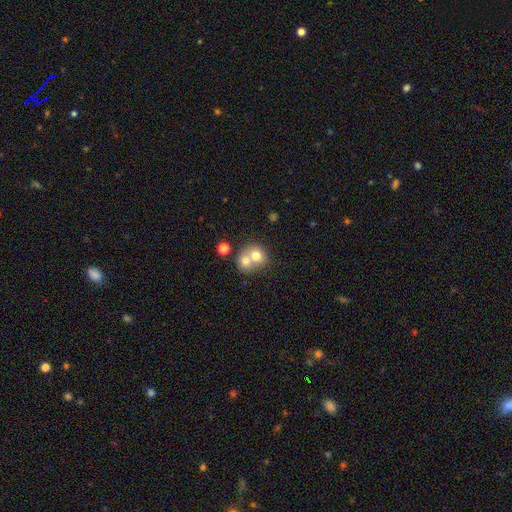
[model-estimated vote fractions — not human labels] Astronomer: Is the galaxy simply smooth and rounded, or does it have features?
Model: smooth — 69%.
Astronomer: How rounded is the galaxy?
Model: round — 74%.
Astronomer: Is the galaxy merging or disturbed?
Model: merger — 65%.